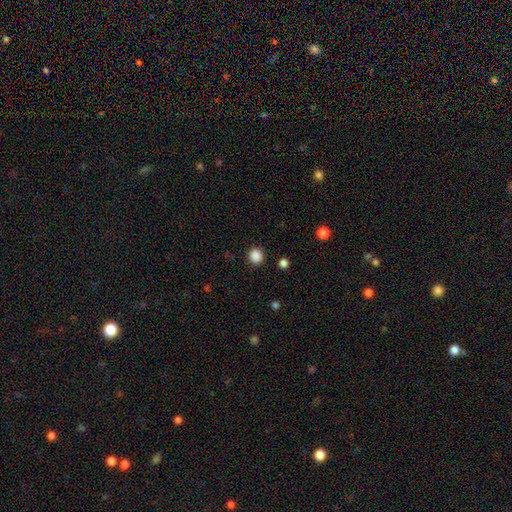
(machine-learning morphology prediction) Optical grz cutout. It shows a smooth galaxy with no disk features (87%) that is round (91%). Merging: none (91%).